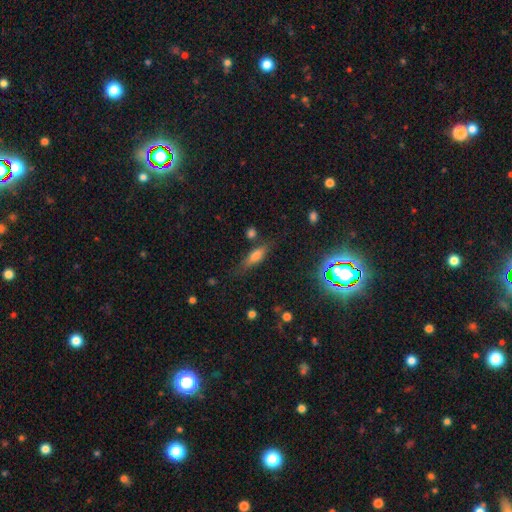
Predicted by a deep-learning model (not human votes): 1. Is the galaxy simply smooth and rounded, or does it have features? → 60% smooth, 27% featured or disk, 13% star or artifact.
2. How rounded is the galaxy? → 48% cigar-shaped (tied), 48% in between (tied), 4% round.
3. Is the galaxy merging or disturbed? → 72% none, 17% minor disturbance, 5% major disturbance, 5% merger.